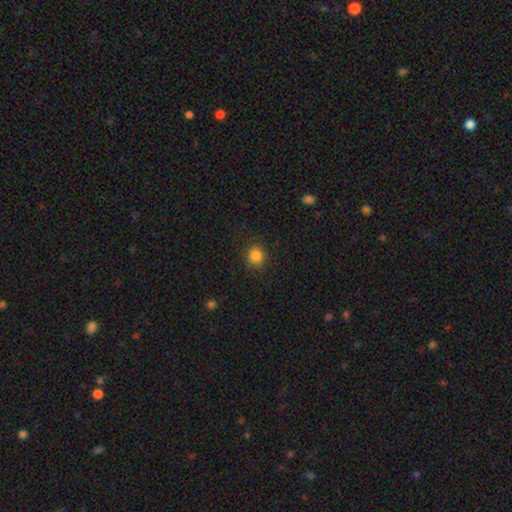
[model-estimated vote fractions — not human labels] Overall: smooth (84%). How rounded: round (84%). Merging: none (87%).